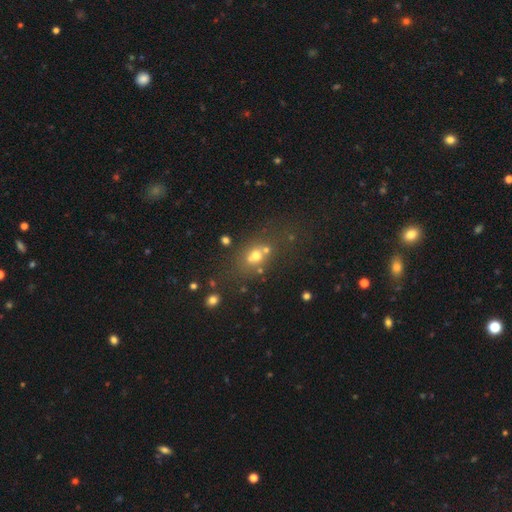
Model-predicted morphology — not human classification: smooth 59%, star or artifact 21%, featured or disk 20%. Down the decision tree: how rounded — round (50%); merging — none (48%).